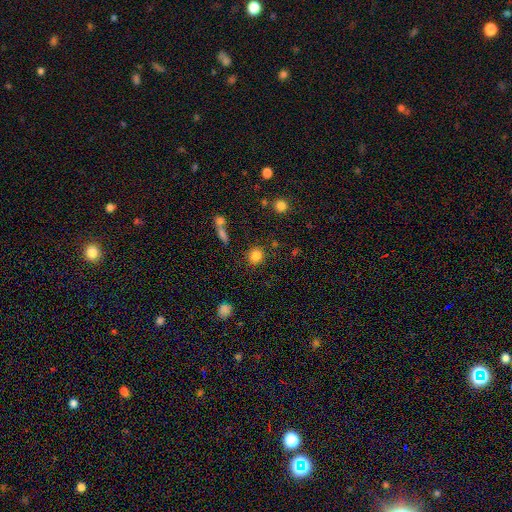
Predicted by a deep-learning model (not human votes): This is clearly a smooth galaxy (83%). How rounded: clearly round (86%). Merging: clearly none (84%).